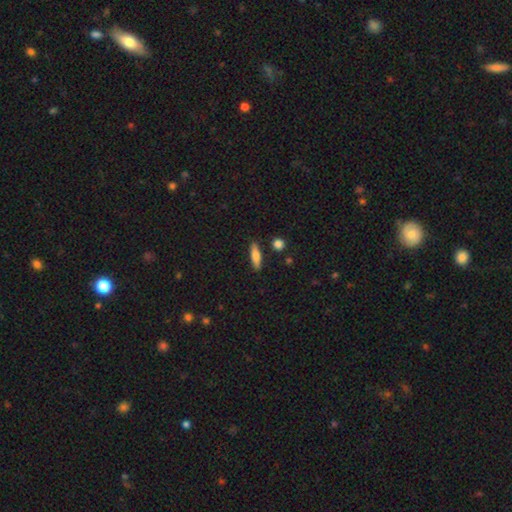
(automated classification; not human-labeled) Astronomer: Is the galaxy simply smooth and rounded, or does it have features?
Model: smooth — 75%.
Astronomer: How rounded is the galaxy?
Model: cigar-shaped — 68%.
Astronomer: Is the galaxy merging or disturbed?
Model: none — 87%.